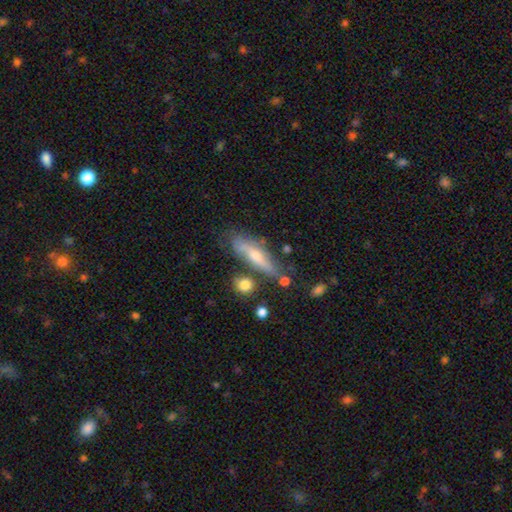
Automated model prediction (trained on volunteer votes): Smooth or featured: featured or disk — 51% (smooth — 42%)
Edge-on disk: yes — 71% (no — 29%)
Merging: none — 61% (minor disturbance — 22%)